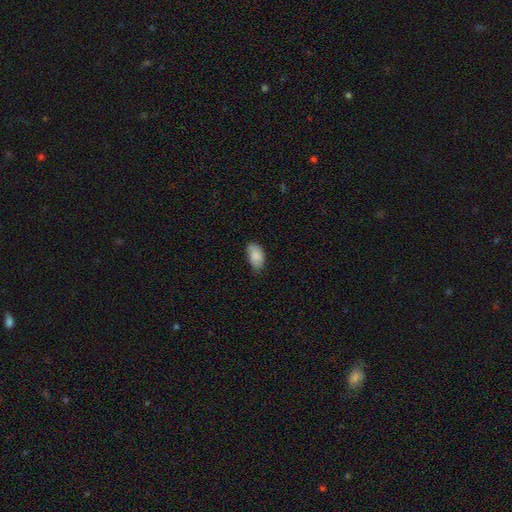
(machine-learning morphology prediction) Smooth or featured: smooth — 86% (star or artifact — 7%)
How rounded: in between — 93% (round — 5%)
Merging: none — 63% (minor disturbance — 30%)